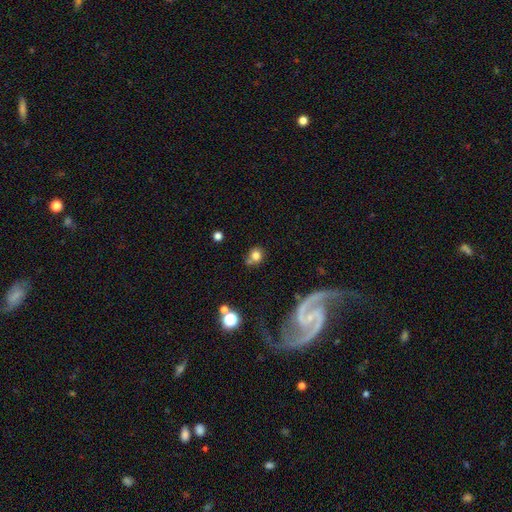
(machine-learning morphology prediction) This appears to be a smooth galaxy with no disk features (76%) that is round (79%). Merging: none (60%).